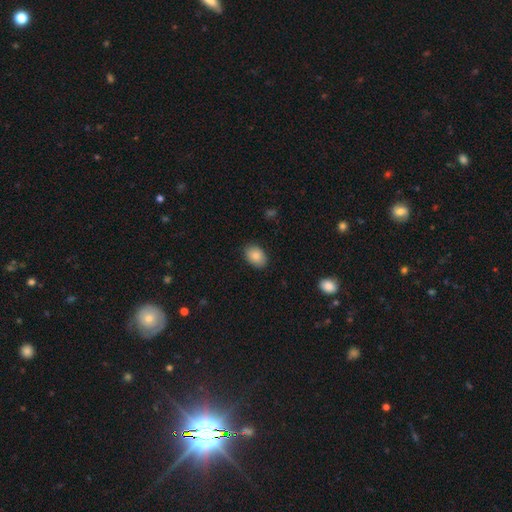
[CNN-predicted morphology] A smooth galaxy with no disk features (87%) that is in between round and cigar-shaped (83%). Merging: none (86%).